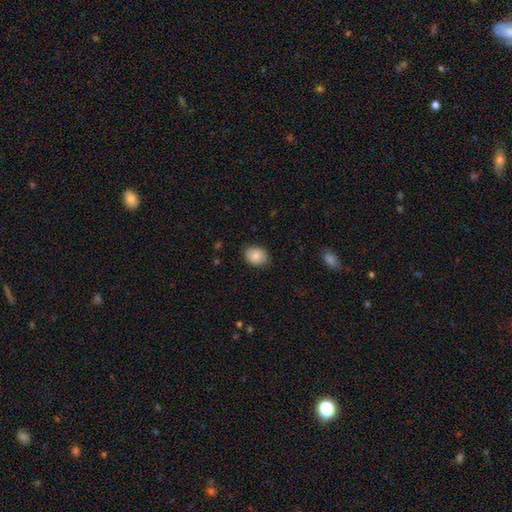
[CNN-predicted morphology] Smooth or featured?
  - smooth: 84% *
  - featured or disk: 9%
  - star or artifact: 8%
How rounded?
  - in between: 54% *
  - round: 46%
  - cigar-shaped: 1%
Merging?
  - none: 85% *
  - minor disturbance: 12%
  - major disturbance: 2%
  - merger: 1%